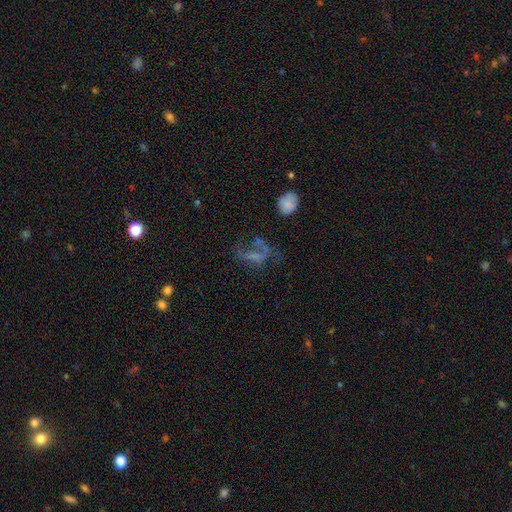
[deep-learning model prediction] smooth-or-featured: featured or disk: 46% | smooth: 32% | star or artifact: 22%
  merging: major disturbance: 41% | none: 33% | minor disturbance: 16% | merger: 11%